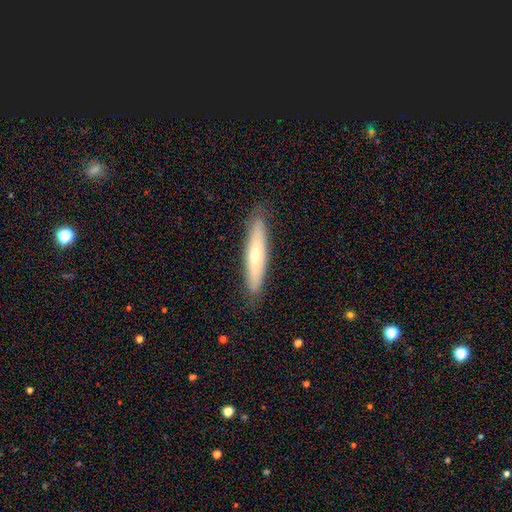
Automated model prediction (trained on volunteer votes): Smooth or featured? smooth (52%)
How rounded? cigar-shaped (86%)
Merging? none (86%)